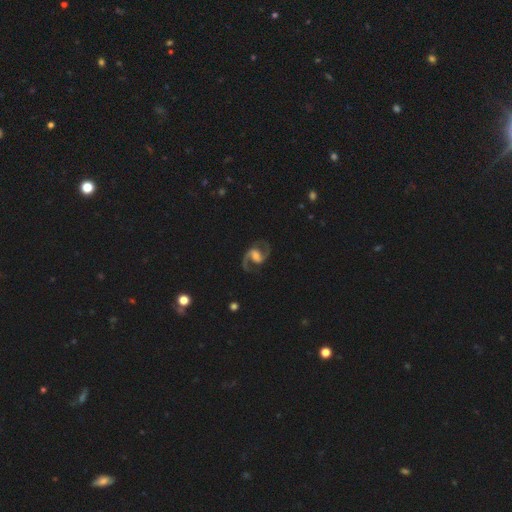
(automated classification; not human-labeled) smooth_or_featured: featured or disk (p=0.92) [alt: star or artifact p=0.04]
disk_edge_on: no (p=0.98) [alt: yes p=0.02]
bar: weak (p=0.51) [alt: strong p=0.29]
has_spiral_arms: yes (p=0.98) [alt: no p=0.02]
spiral_winding: medium (p=0.59) [alt: loose p=0.31]
spiral_arm_count: 2 (p=0.94) [alt: 1 p=0.02]
bulge_size: moderate (p=0.37) [alt: small p=0.24]
merging: none (p=0.79) [alt: minor disturbance p=0.12]